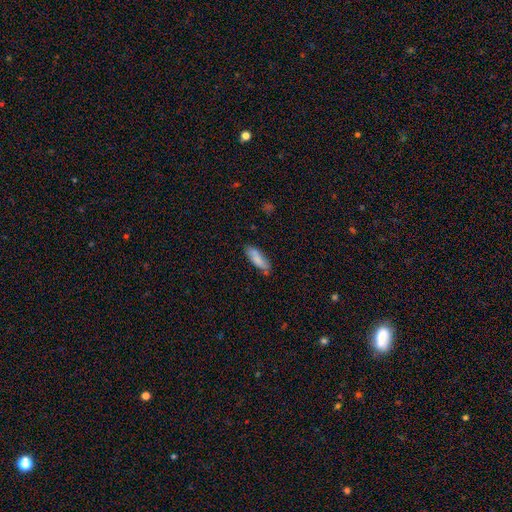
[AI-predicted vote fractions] Q: Smooth or featured?
A: smooth (79%); runner-up: featured or disk (14%)
Q: How rounded?
A: cigar-shaped (52%); runner-up: in between (47%)
Q: Merging?
A: none (78%); runner-up: minor disturbance (17%)